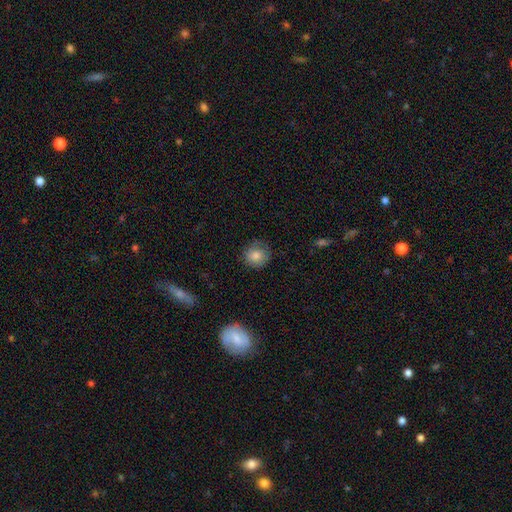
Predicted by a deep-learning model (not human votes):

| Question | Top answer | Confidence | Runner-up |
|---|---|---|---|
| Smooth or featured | smooth | 79% | featured or disk (13%) |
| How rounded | round | 86% | in between (13%) |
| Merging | none | 74% | minor disturbance (19%) |